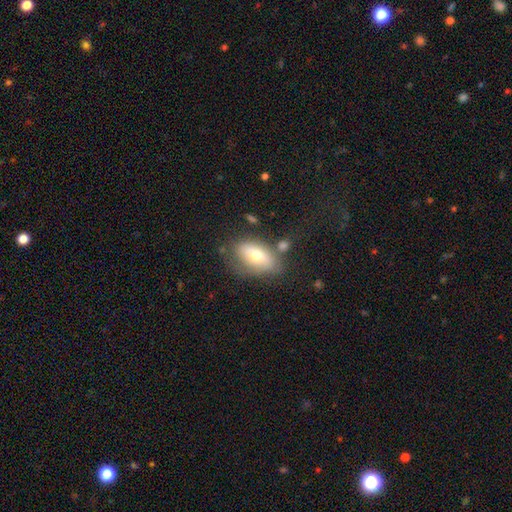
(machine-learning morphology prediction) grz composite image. It shows a smooth galaxy with no disk features (63%) that is in between round and cigar-shaped (89%). Merging: none (59%).